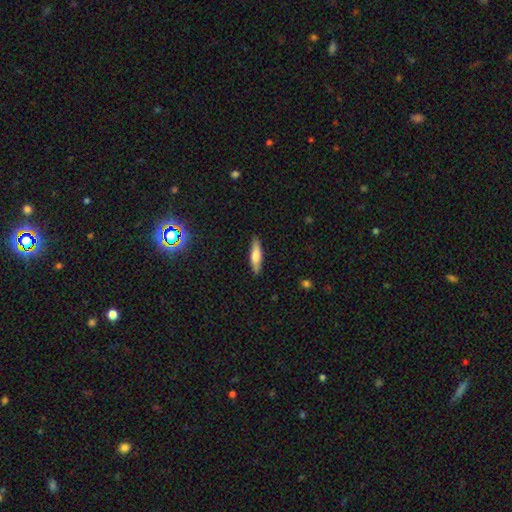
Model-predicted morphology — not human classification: Overall: smooth (64%; featured or disk 30%). How rounded: cigar-shaped (71%). Merging: none (88%).